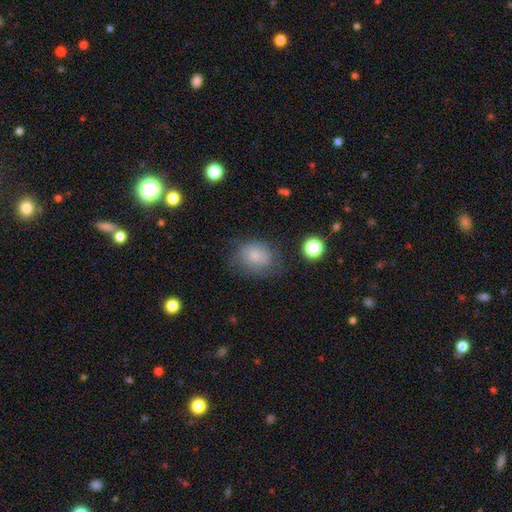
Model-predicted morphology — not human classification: smooth_or_featured: smooth (p=0.73) [alt: featured or disk p=0.16]
how_rounded: round (p=0.53) [alt: in between p=0.46]
merging: none (p=0.62) [alt: minor disturbance p=0.24]